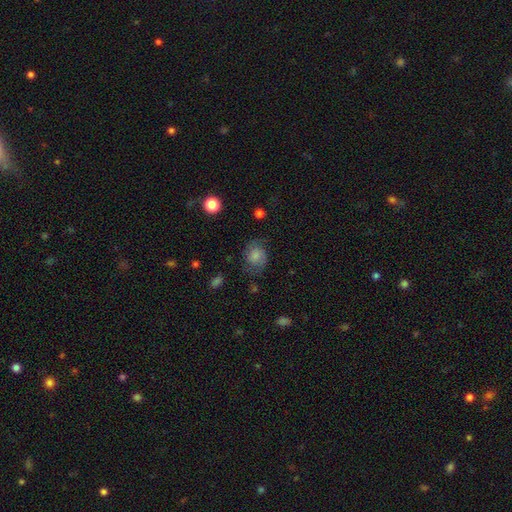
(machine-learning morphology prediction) smooth 54%, featured or disk 36%, star or artifact 11%. Down the decision tree: how rounded — round (59%); merging — none (62%).